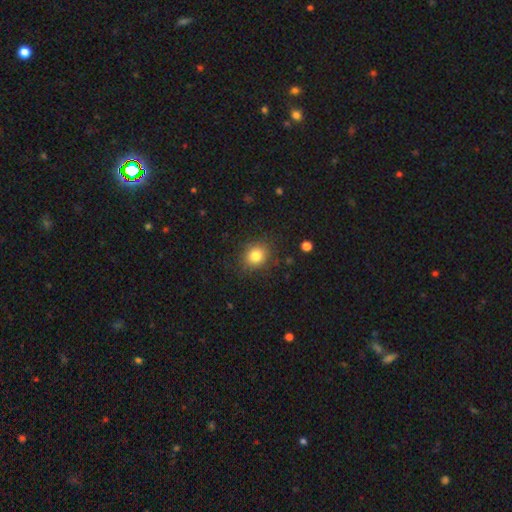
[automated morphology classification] A smooth galaxy with no disk features (82%) that is round (71%).

Vote fractions:
- Smooth or featured? smooth: 82% / star or artifact: 11% / featured or disk: 6%
- How rounded? round: 71% / in between: 28% / cigar-shaped: 1%
- Merging? none: 86% / minor disturbance: 10% / major disturbance: 3% / merger: 1%